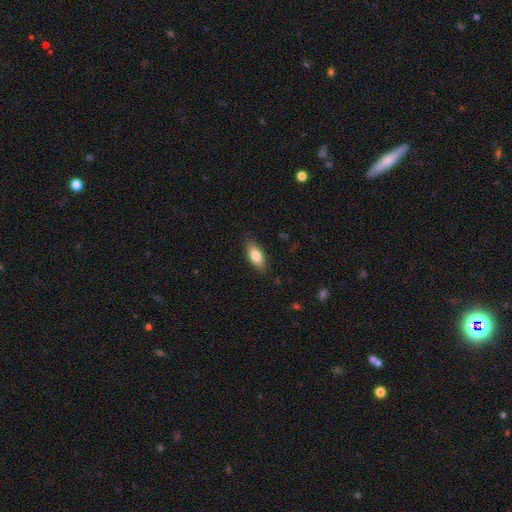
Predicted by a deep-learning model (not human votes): Smooth or featured: smooth — 81% (featured or disk — 13%)
How rounded: in between — 81% (cigar-shaped — 16%)
Merging: none — 86% (minor disturbance — 11%)